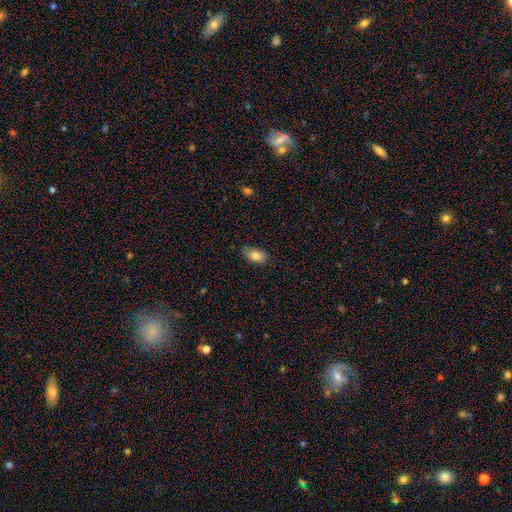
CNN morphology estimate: A smooth galaxy with no disk features (83%) that is in between round and cigar-shaped (91%).

Vote fractions:
- Smooth or featured? smooth: 83% / featured or disk: 9% / star or artifact: 8%
- How rounded? in between: 91% / round: 6% / cigar-shaped: 3%
- Merging? none: 80% / minor disturbance: 16% / major disturbance: 3% / merger: 1%